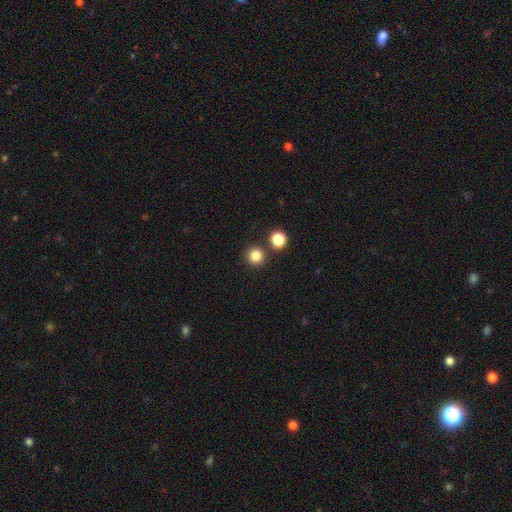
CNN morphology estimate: A smooth galaxy with no disk features (83%) that is round (95%).

Vote fractions:
- Smooth or featured? smooth: 83% / star or artifact: 12% / featured or disk: 4%
- How rounded? round: 95% / in between: 4% / cigar-shaped: 1%
- Merging? none: 84% / merger: 8% / minor disturbance: 6% / major disturbance: 2%